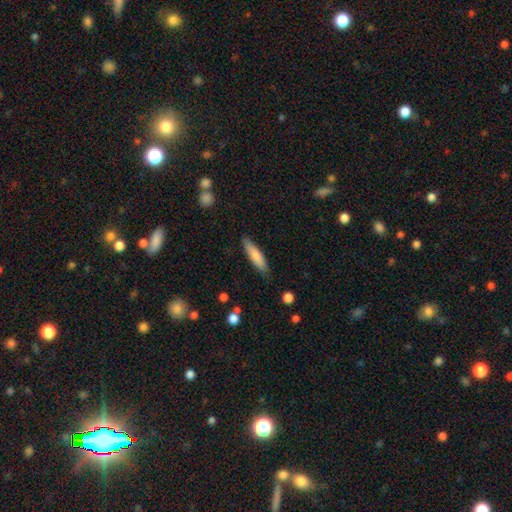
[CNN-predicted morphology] Smooth or featured? Predicted: smooth (p=0.78). How rounded? Predicted: cigar-shaped (p=0.76). Merging? Predicted: none (p=0.83).